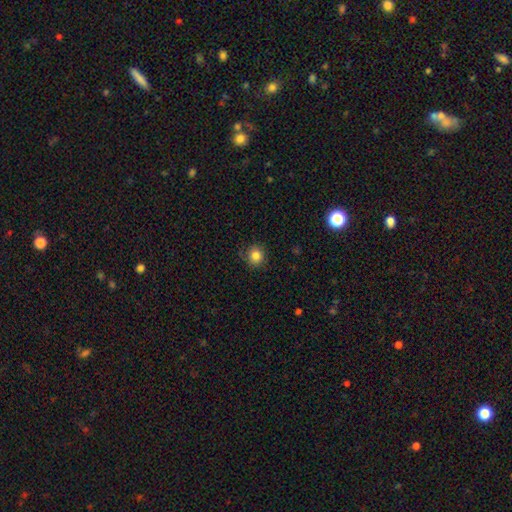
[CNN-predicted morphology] The model was most divided on "smooth or featured": smooth: 84%, star or artifact: 11%, featured or disk: 5%. More confident: how rounded — round (90%); merging — none (87%).